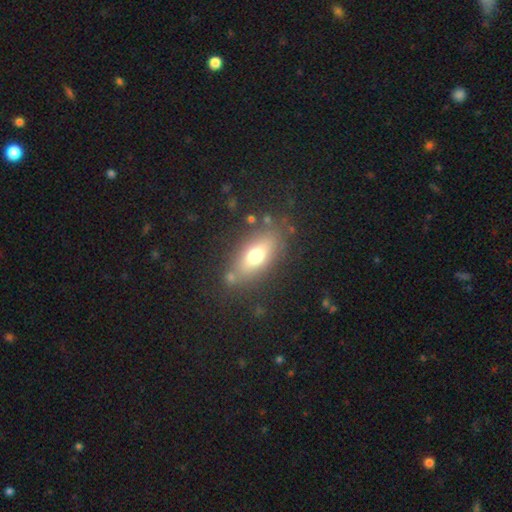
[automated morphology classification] Smooth or featured: smooth — 66% (featured or disk — 24%)
How rounded: in between — 75% (cigar-shaped — 19%)
Merging: none — 77% (minor disturbance — 13%)